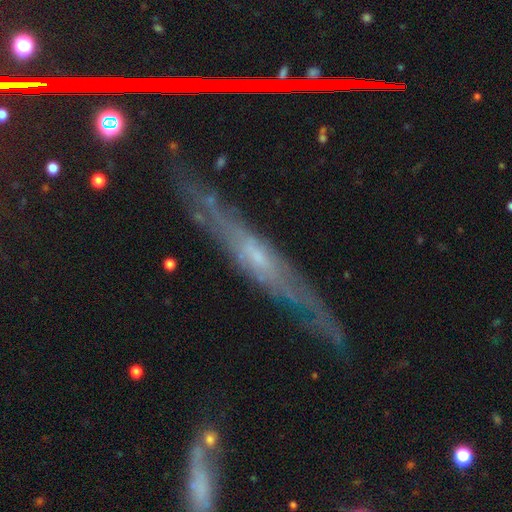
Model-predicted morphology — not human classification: The model was most divided on "edge-on bulge": rounded: 52%, none: 39%, boxy: 8%. More confident: edge-on disk — yes (81%); merging — none (76%); smooth or featured — featured or disk (71%).